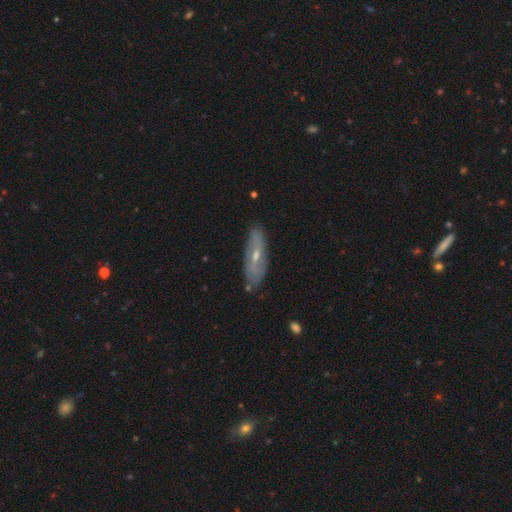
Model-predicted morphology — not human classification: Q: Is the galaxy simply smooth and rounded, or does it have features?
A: featured or disk — 62%.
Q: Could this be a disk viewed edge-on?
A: no — 70%.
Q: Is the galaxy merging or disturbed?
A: none — 78%.